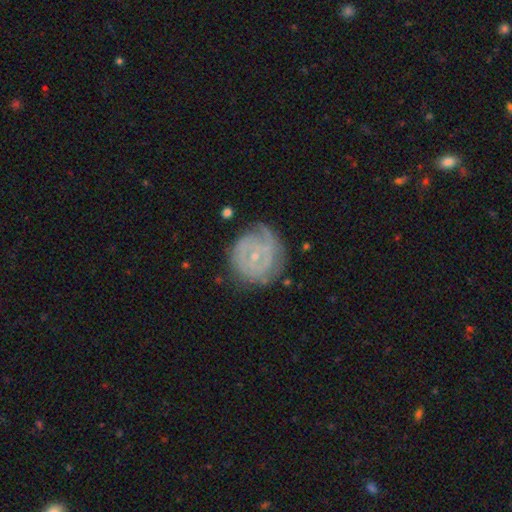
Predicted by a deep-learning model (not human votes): smooth_or_featured: featured or disk (p=0.74) [alt: smooth p=0.18]
disk_edge_on: no (p=0.98) [alt: yes p=0.02]
bar: no (p=0.66) [alt: weak p=0.28]
has_spiral_arms: yes (p=0.85) [alt: no p=0.15]
spiral_winding: tight (p=0.70) [alt: medium p=0.22]
spiral_arm_count: can't tell (p=0.42) [alt: 2 p=0.25]
bulge_size: small (p=0.78) [alt: moderate p=0.17]
merging: none (p=0.65) [alt: minor disturbance p=0.22]